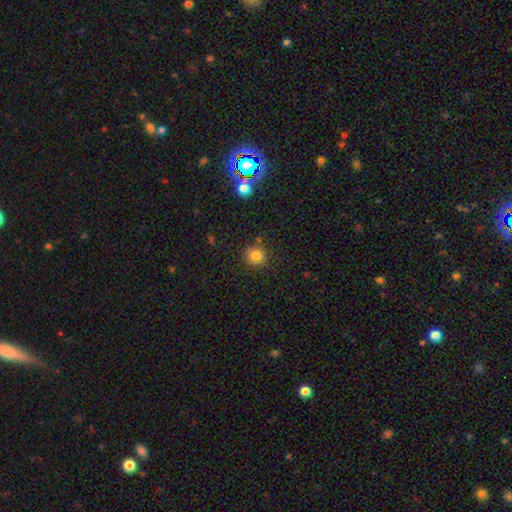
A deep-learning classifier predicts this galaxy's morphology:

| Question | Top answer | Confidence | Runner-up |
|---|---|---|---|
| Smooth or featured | smooth | 82% | star or artifact (13%) |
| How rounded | round | 91% | in between (8%) |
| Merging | none | 83% | minor disturbance (10%) |